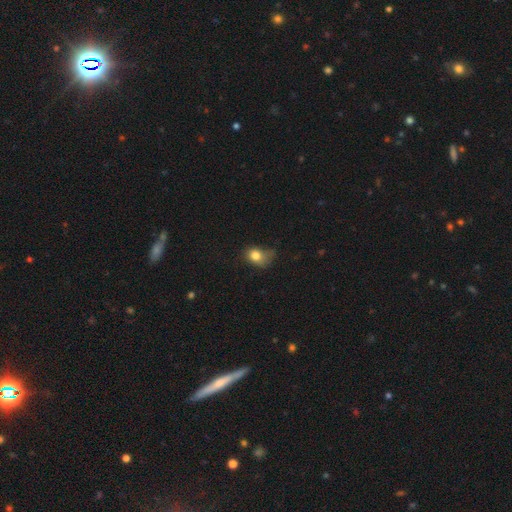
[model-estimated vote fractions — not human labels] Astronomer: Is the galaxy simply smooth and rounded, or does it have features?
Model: smooth — 79%.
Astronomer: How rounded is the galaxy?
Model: in between — 53% (runner-up: round, 45%).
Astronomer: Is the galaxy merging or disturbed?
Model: minor disturbance — 38% (runner-up: none, 34%).